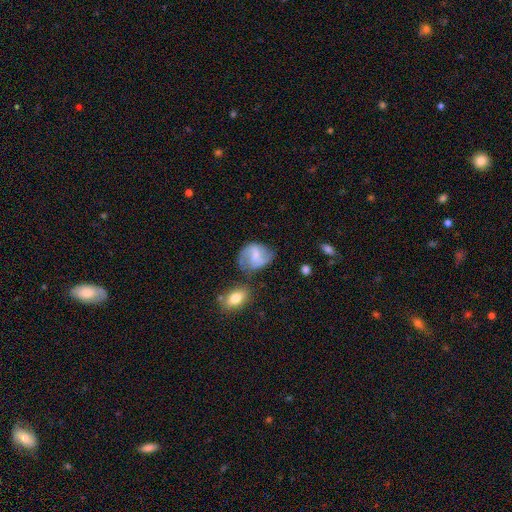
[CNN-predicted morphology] Q: Smooth or featured?
A: featured or disk (61%); runner-up: smooth (31%)
Q: Edge-on disk?
A: no (97%); runner-up: yes (3%)
Q: Bar?
A: weak (51%); runner-up: no (32%)
Q: Spiral arms?
A: yes (88%); runner-up: no (12%)
Q: Spiral winding?
A: medium (45%); runner-up: loose (39%)
Q: Spiral arm count?
A: 2 (85%); runner-up: can't tell (8%)
Q: Bulge size?
A: small (38%); runner-up: none (29%)
Q: Merging?
A: none (60%); runner-up: minor disturbance (23%)